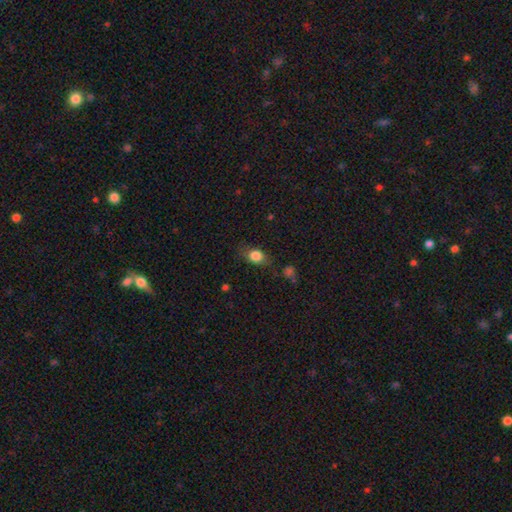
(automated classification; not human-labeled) The model was most divided on "how rounded": in between: 60%, round: 38%, cigar-shaped: 2%. More confident: smooth or featured — smooth (82%); merging — none (69%).